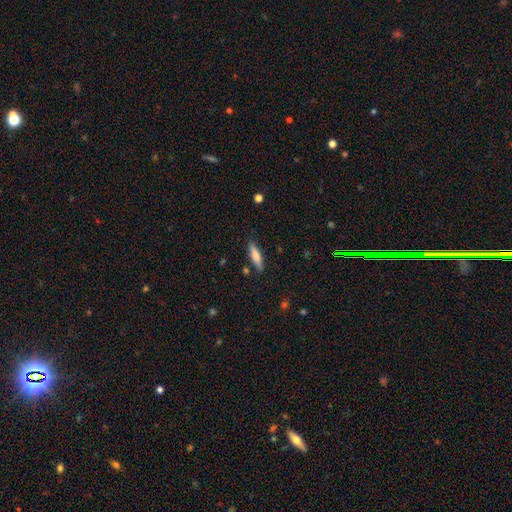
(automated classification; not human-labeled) smooth-or-featured: smooth: 66% | featured or disk: 28% | star or artifact: 6%
  how-rounded: cigar-shaped: 74% | in between: 24% | round: 2%
  merging: none: 86% | minor disturbance: 10% | major disturbance: 2% | merger: 2%